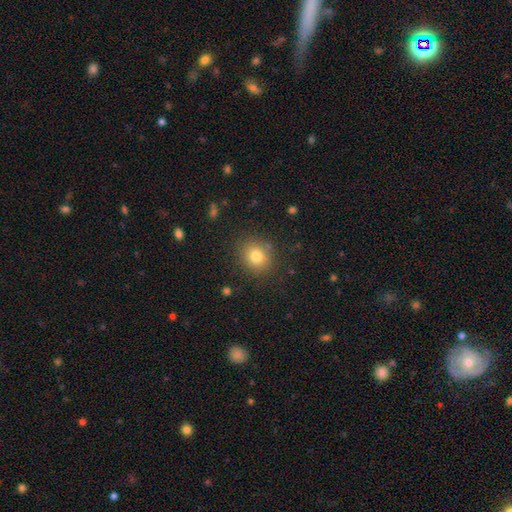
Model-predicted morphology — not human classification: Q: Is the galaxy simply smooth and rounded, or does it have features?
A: smooth — 79%.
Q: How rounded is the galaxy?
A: round — 77%.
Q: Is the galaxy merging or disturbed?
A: none — 86%.